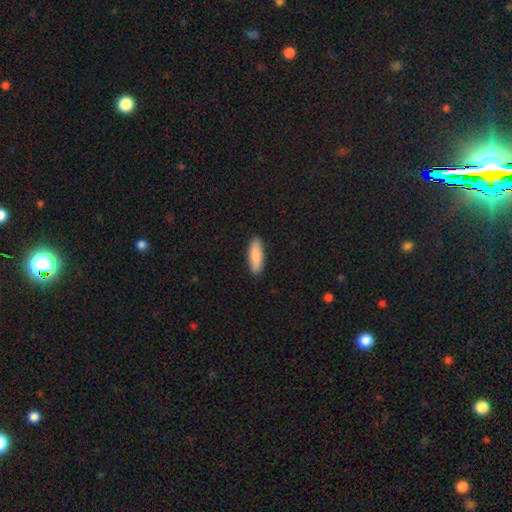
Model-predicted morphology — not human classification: A smooth galaxy with no disk features (87%) that is in between round and cigar-shaped (51%). Merging: none (89%).